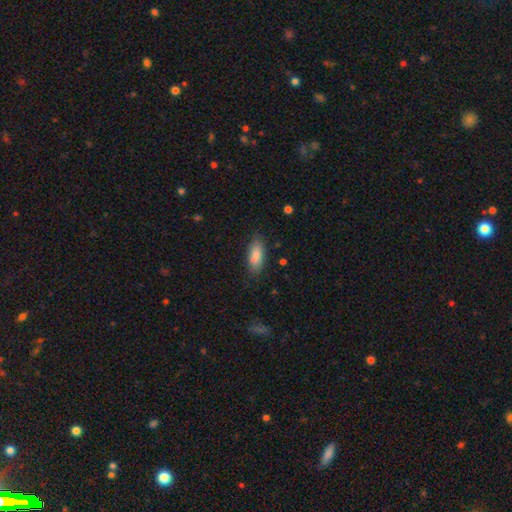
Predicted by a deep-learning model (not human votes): This is clearly a smooth galaxy (84%). How rounded: likely in between (79%). Merging: likely none (79%).